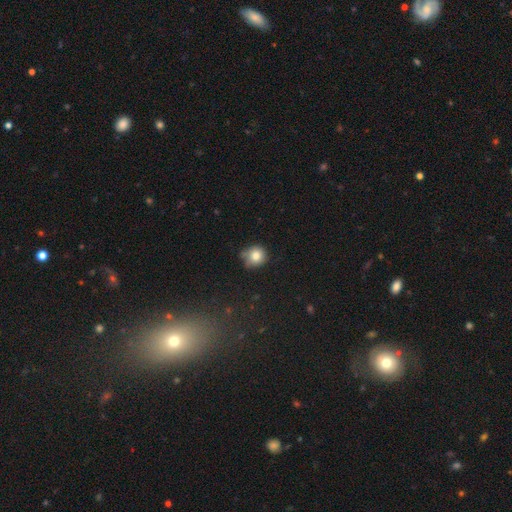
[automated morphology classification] smooth-or-featured: smooth: 81% | star or artifact: 11% | featured or disk: 8%
  how-rounded: round: 89% | in between: 10% | cigar-shaped: 1%
  merging: none: 63% | minor disturbance: 26% | merger: 6% | major disturbance: 5%